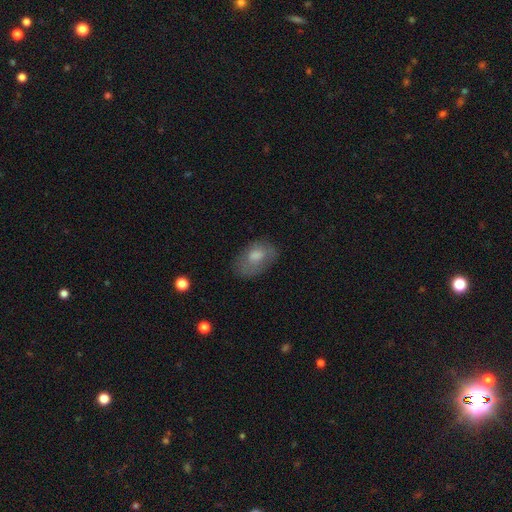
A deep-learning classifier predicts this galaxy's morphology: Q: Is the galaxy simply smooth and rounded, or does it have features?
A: smooth — 66%.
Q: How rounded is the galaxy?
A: in between — 87%.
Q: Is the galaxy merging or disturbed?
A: none — 67%.